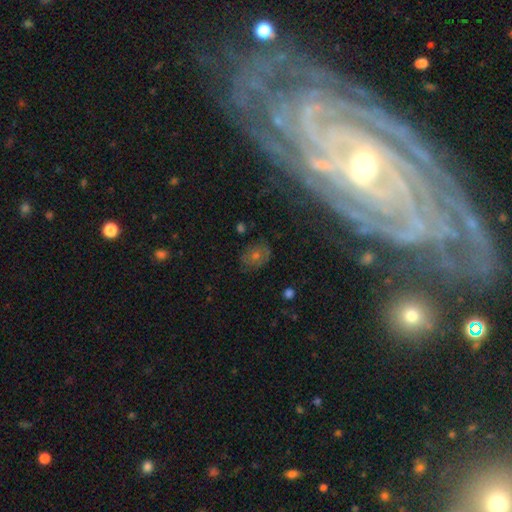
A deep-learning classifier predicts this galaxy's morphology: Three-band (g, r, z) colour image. It shows a smooth galaxy with no disk features (40%). Merging: none (77%).